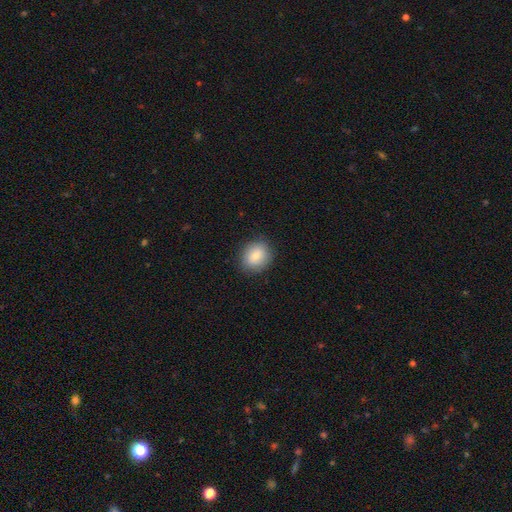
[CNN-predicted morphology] This is clearly a smooth galaxy (83%). How rounded: likely round (66%). Merging: clearly none (87%).